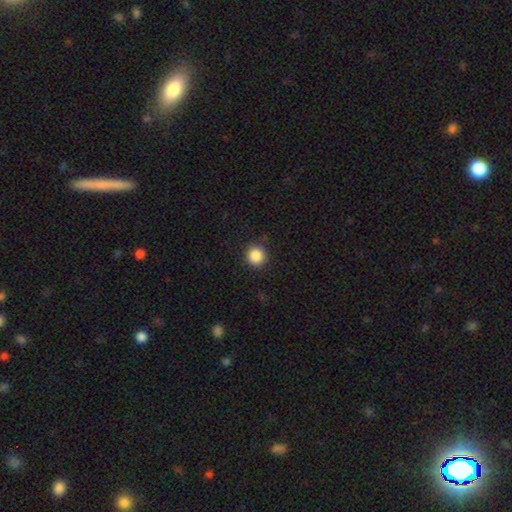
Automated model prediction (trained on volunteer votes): Smooth or featured: smooth — 88% (star or artifact — 10%)
How rounded: round — 94% (in between — 5%)
Merging: none — 89% (minor disturbance — 7%)